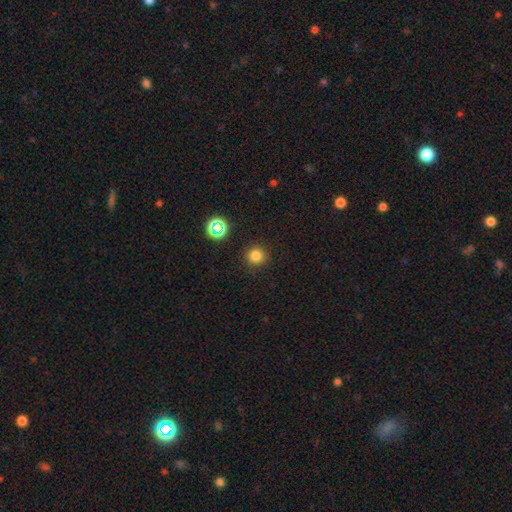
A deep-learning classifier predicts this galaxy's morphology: Smooth or featured: smooth — 78% (star or artifact — 17%)
How rounded: round — 94% (in between — 5%)
Merging: none — 90% (minor disturbance — 6%)